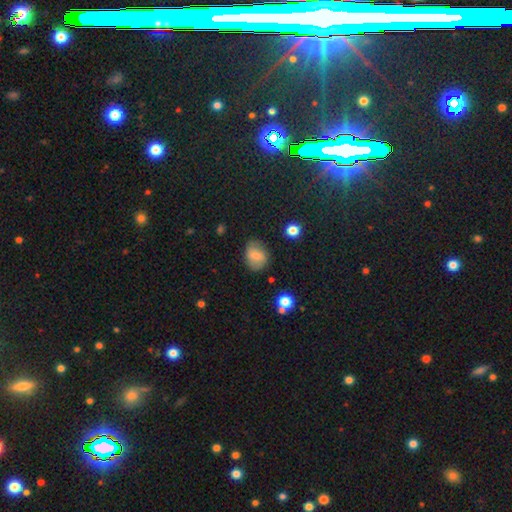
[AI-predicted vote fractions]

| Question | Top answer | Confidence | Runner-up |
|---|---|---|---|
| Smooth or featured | smooth | 68% | featured or disk (22%) |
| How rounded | in between | 53% | round (45%) |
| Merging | none | 73% | minor disturbance (20%) |